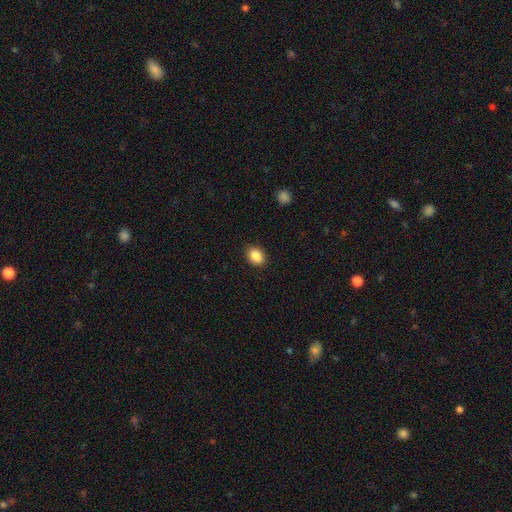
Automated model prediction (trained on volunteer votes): The model was most divided on "how rounded": in between: 65%, round: 34%, cigar-shaped: 1%. More confident: merging — none (89%); smooth or featured — smooth (87%).